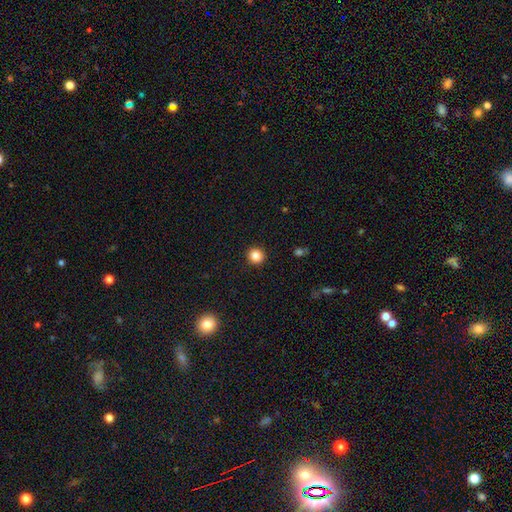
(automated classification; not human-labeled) This is clearly a smooth galaxy (85%). How rounded: clearly round (94%). Merging: clearly none (92%).